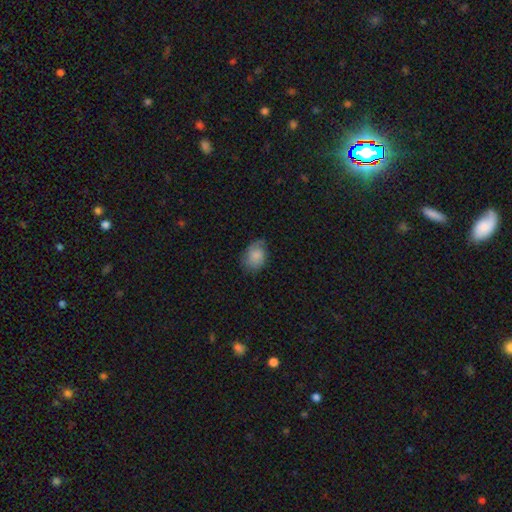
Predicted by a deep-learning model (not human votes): Smooth or featured? Predicted: smooth (p=0.73). How rounded? Predicted: in between (p=0.71). Merging? Predicted: none (p=0.61).